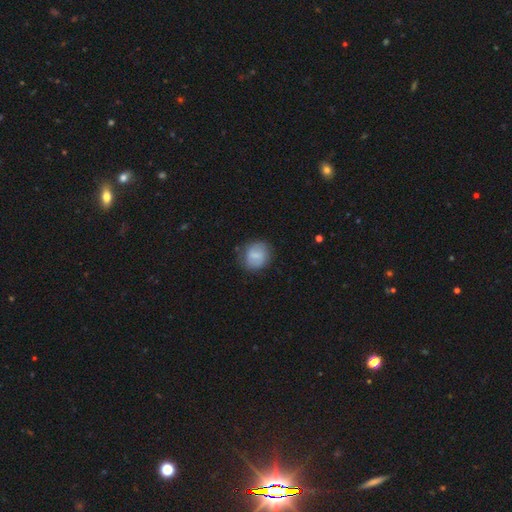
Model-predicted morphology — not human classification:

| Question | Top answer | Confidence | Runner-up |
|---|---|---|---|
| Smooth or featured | smooth | 68% | featured or disk (24%) |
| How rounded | round | 70% | in between (29%) |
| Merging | none | 76% | minor disturbance (17%) |